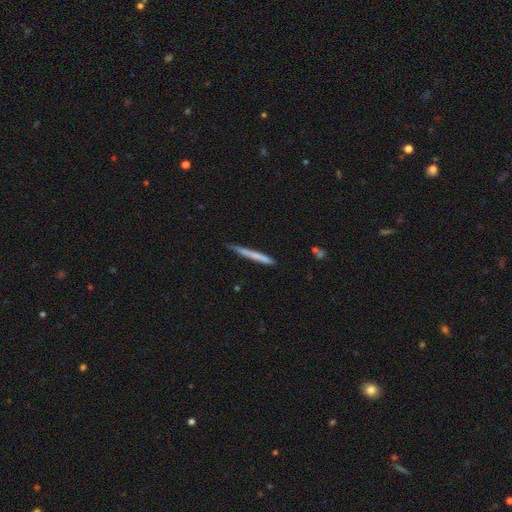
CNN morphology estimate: A smooth galaxy with no disk features (63%) that is cigar-shaped (97%).

Vote fractions:
- Smooth or featured? smooth: 63% / featured or disk: 31% / star or artifact: 6%
- How rounded? cigar-shaped: 97% / in between: 2% / round: 1%
- Merging? none: 83% / minor disturbance: 14% / major disturbance: 2% / merger: 2%